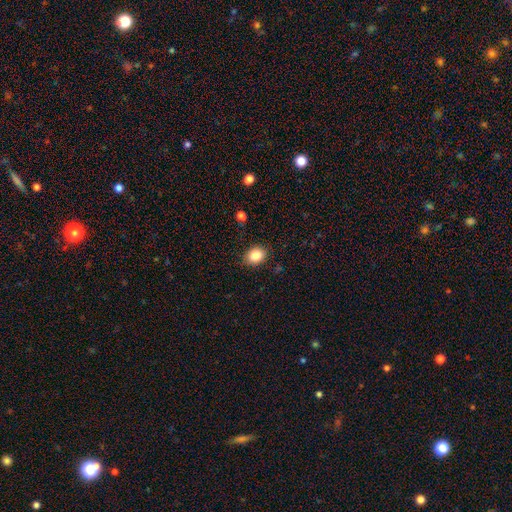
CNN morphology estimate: Smooth or featured: smooth — 86% (star or artifact — 9%)
How rounded: in between — 57% (round — 42%)
Merging: none — 86% (minor disturbance — 10%)